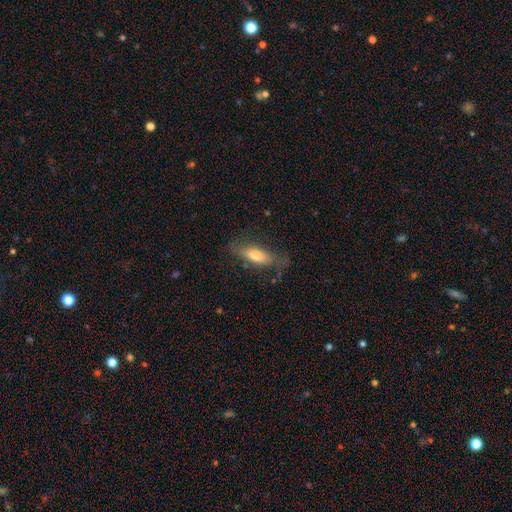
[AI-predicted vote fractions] Smooth or featured: smooth — 65% (featured or disk — 28%)
How rounded: in between — 62% (cigar-shaped — 35%)
Merging: none — 67% (minor disturbance — 22%)